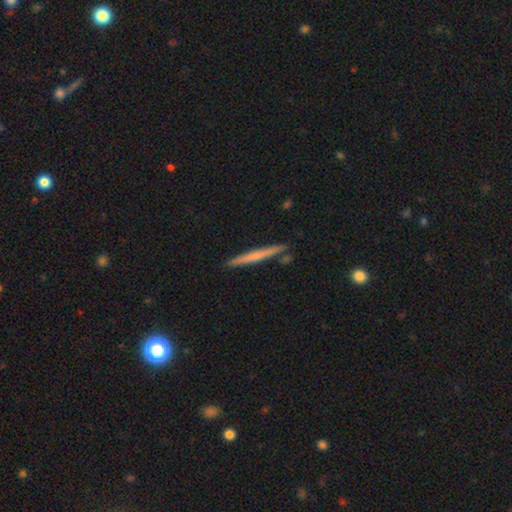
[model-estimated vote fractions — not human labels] smooth-or-featured: featured or disk: 47% (tied) | smooth: 47% (tied) | star or artifact: 6%
  merging: none: 88% | minor disturbance: 7% | merger: 3% | major disturbance: 1%